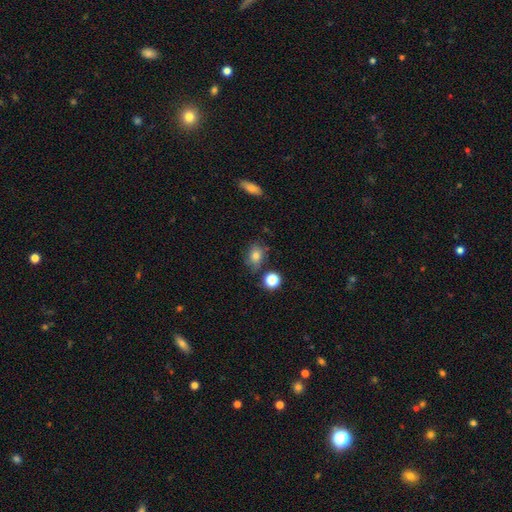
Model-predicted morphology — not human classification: Smooth or featured?
  - smooth: 75% *
  - star or artifact: 12%
  - featured or disk: 12%
How rounded?
  - in between: 60% *
  - round: 38%
  - cigar-shaped: 2%
Merging?
  - none: 67% *
  - minor disturbance: 21%
  - merger: 7%
  - major disturbance: 6%